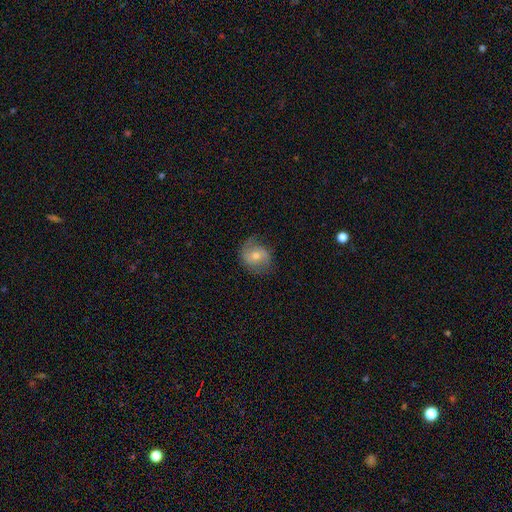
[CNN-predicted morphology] Smooth or featured?
  - featured or disk: 52% *
  - smooth: 38%
  - star or artifact: 10%
Edge-on disk?
  - no: 96% *
  - yes: 4%
Bar?
  - no: 58% *
  - weak: 33%
  - strong: 9%
Spiral arms?
  - yes: 82% *
  - no: 18%
Bulge size?
  - moderate: 57% *
  - small: 38%
  - large: 3%
  - none: 2%
  - dominant: 1%
Merging?
  - none: 72% *
  - minor disturbance: 20%
  - major disturbance: 8%
  - merger: 1%